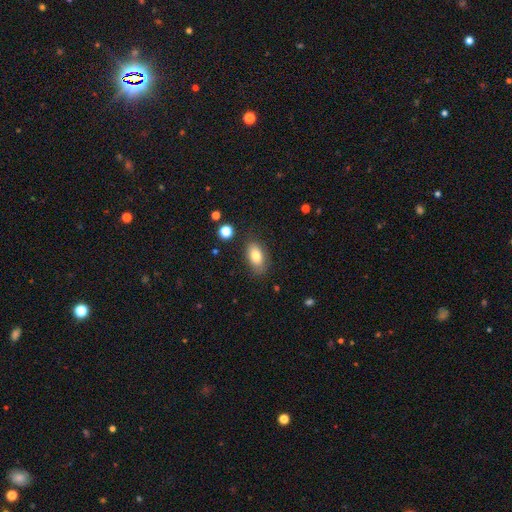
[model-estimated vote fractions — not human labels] Smooth or featured?
  - smooth: 81% *
  - featured or disk: 11%
  - star or artifact: 8%
How rounded?
  - in between: 90% *
  - round: 6%
  - cigar-shaped: 4%
Merging?
  - none: 80% *
  - minor disturbance: 15%
  - major disturbance: 4%
  - merger: 2%